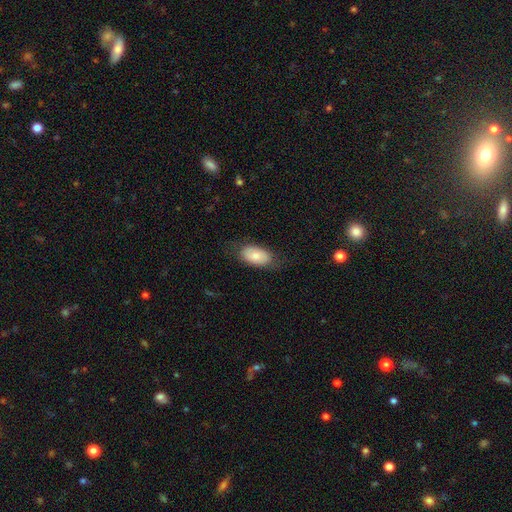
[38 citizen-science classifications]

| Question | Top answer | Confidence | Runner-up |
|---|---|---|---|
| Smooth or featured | smooth | 74% | featured or disk (18%) |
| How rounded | in between | 96% | round (4%) |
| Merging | none | 80% | minor disturbance (14%) |